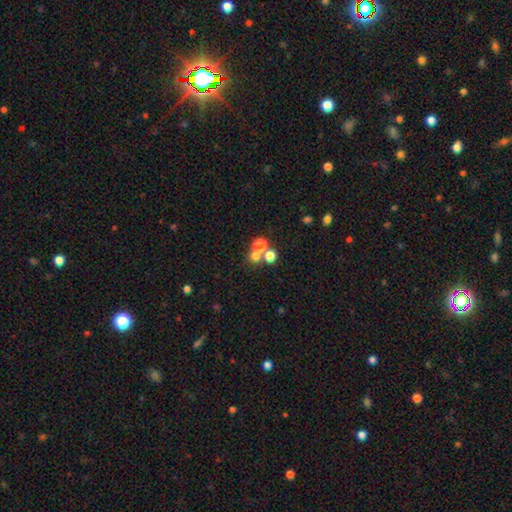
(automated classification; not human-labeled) Smooth or featured? smooth (67%)
How rounded? round (89%)
Merging? none (55%)